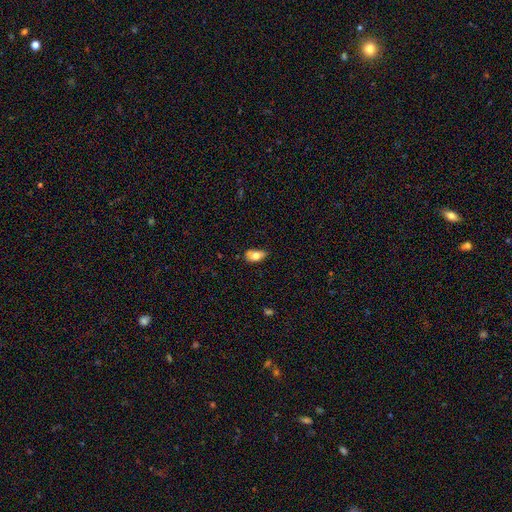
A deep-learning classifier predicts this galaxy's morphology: smooth 73%, featured or disk 19%, star or artifact 8%. Down the decision tree: how rounded — in between (90%); merging — none (55%).